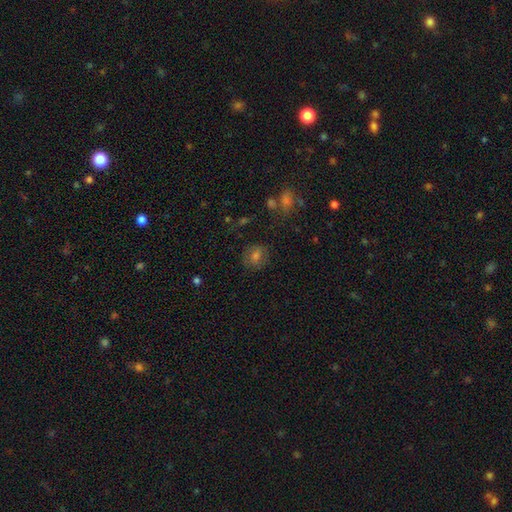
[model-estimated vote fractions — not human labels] Overall: smooth (62%). How rounded: round (68%; in between 30%). Merging: none (81%).